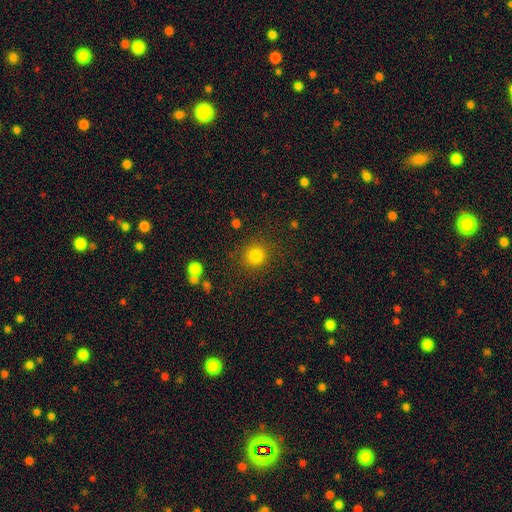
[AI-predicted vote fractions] This is clearly a smooth galaxy (81%). How rounded: clearly round (92%). Merging: clearly none (86%).